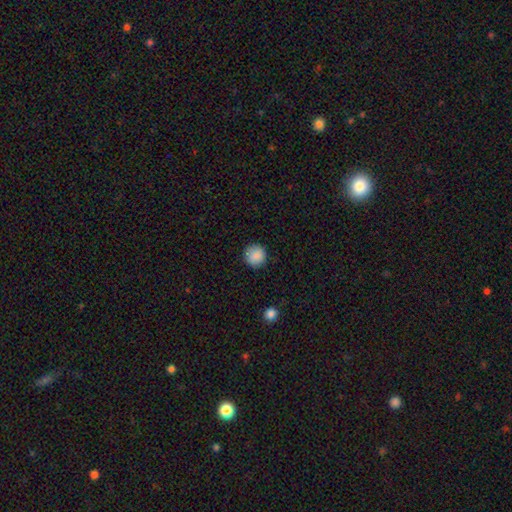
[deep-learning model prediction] Smooth or featured? smooth (87%)
How rounded? round (93%)
Merging? none (87%)